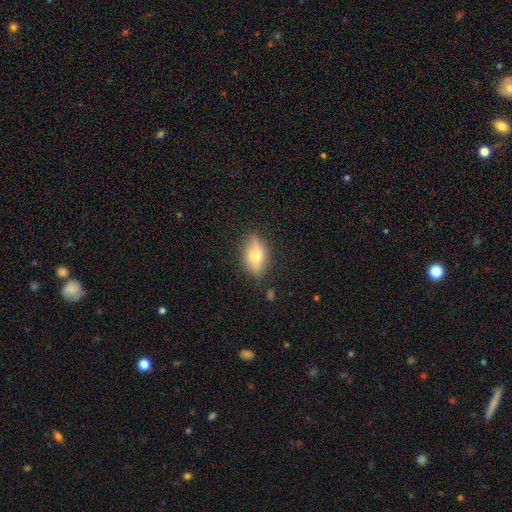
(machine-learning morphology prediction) A smooth galaxy with no disk features (49%).

Vote fractions:
- Smooth or featured? smooth: 49% / featured or disk: 42% / star or artifact: 8%
- Merging? none: 77% / minor disturbance: 17% / major disturbance: 4% / merger: 2%